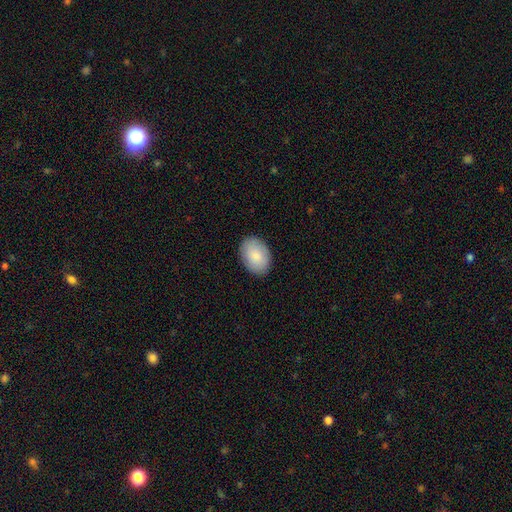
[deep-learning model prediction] Smooth or featured: smooth — 85% (featured or disk — 10%)
How rounded: in between — 80% (round — 19%)
Merging: none — 88% (minor disturbance — 9%)